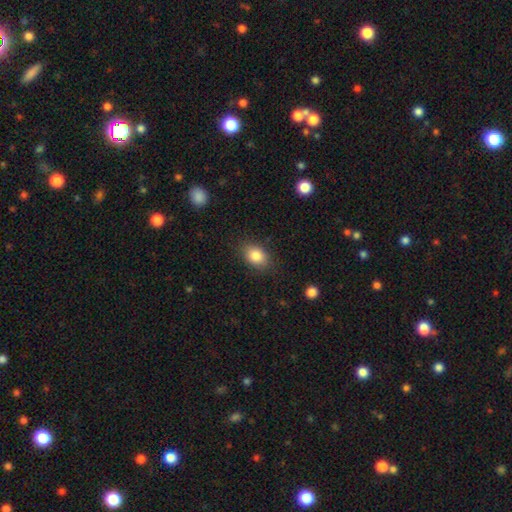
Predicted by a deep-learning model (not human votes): This appears to be a smooth galaxy with no disk features (85%) that is in between round and cigar-shaped (73%). Merging: none (83%).